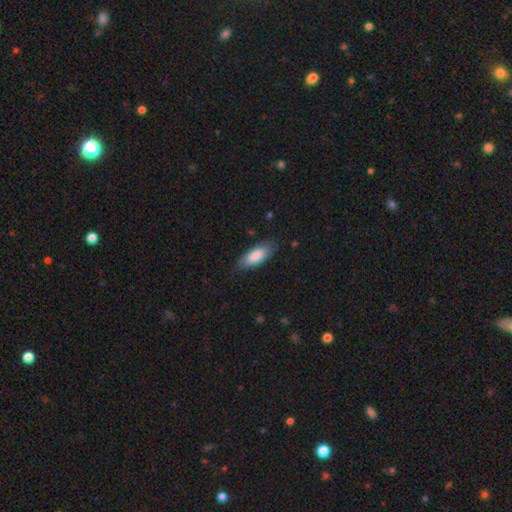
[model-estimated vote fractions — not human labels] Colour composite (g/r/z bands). It shows a smooth galaxy with no disk features (82%) that is in between round and cigar-shaped (79%). Merging: none (75%).